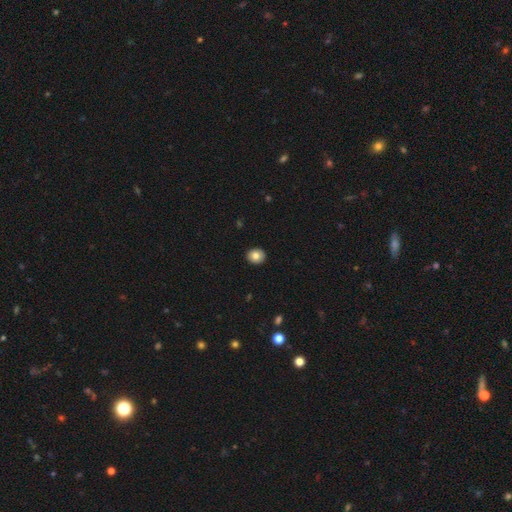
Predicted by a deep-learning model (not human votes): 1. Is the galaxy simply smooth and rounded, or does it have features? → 81% smooth, 11% featured or disk, 9% star or artifact.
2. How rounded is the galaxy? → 78% round, 21% in between, 1% cigar-shaped.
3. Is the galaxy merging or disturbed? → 92% none, 6% minor disturbance, 1% major disturbance, 1% merger.